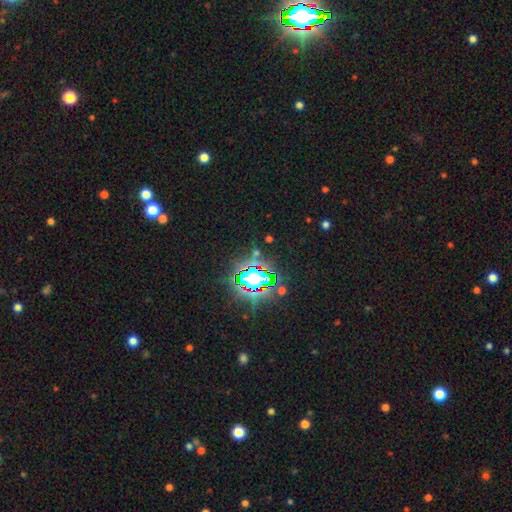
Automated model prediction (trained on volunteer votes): Morphology: type=star or artifact (80%).